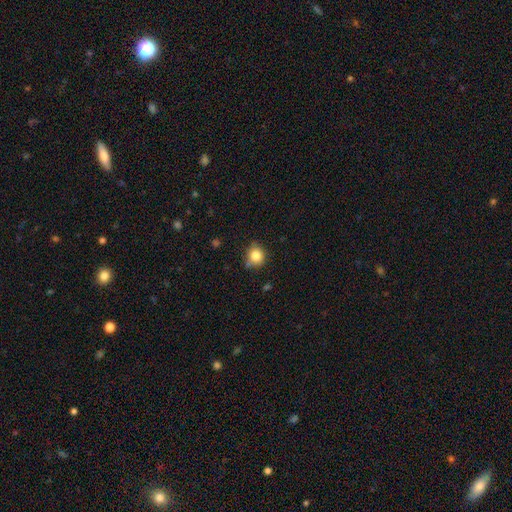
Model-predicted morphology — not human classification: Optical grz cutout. It shows a smooth galaxy with no disk features (84%) that is round (85%). Merging: none (73%).